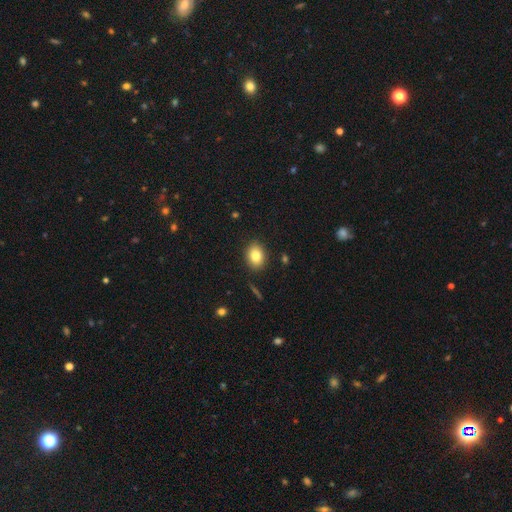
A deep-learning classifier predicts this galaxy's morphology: Smooth or featured? smooth (83%)
How rounded? in between (64%)
Merging? none (88%)